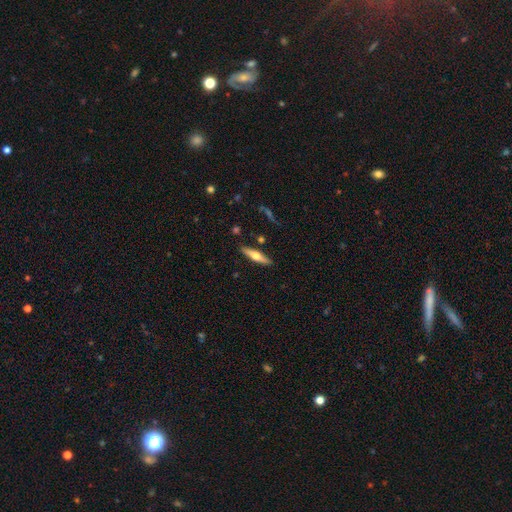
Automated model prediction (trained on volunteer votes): This is possibly a featured or disk galaxy (53%). It is clearly viewed edge-on (94%). Merging: clearly none (87%).